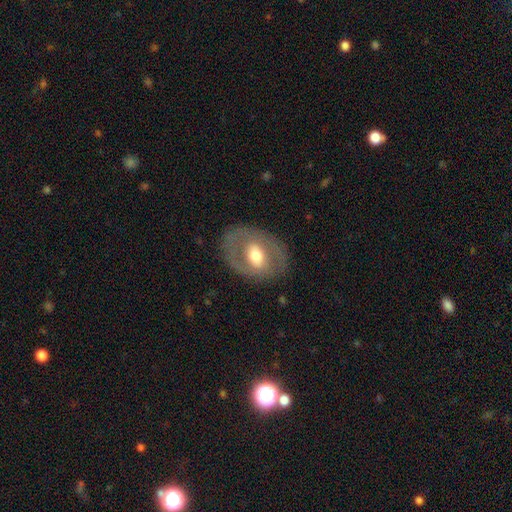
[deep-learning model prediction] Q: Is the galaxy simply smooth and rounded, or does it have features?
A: featured or disk — 55%.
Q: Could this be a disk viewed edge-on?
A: no — 92%.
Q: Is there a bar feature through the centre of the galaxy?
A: no — 44%.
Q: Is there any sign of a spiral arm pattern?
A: no — 72%.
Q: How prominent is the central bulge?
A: moderate — 64%.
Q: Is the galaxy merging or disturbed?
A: none — 77%.